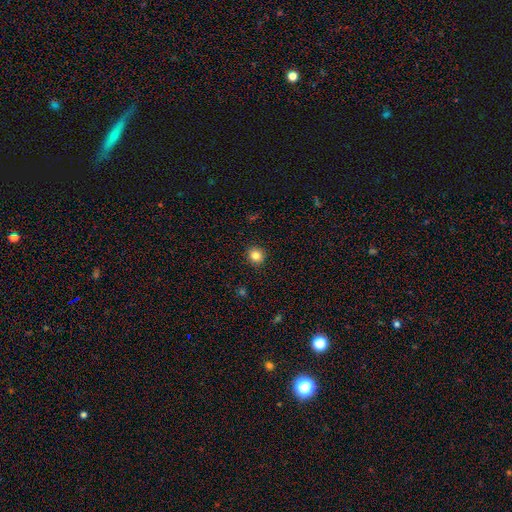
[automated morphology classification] smooth_or_featured: smooth (p=0.84) [alt: star or artifact p=0.11]
how_rounded: round (p=0.87) [alt: in between p=0.12]
merging: none (p=0.91) [alt: minor disturbance p=0.06]